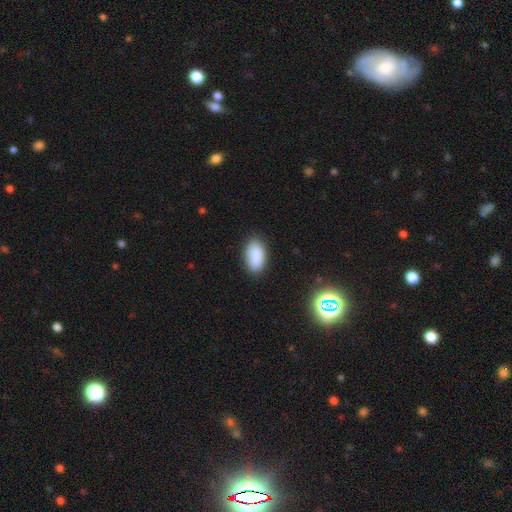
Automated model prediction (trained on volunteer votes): Morphology: type=smooth (88%); roundness=in between (94%); merging=none (84%).